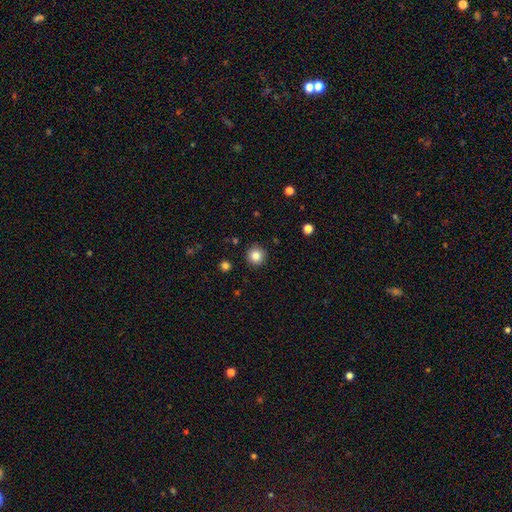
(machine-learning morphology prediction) A smooth galaxy with no disk features (84%) that is round (95%). Merging: none (91%).